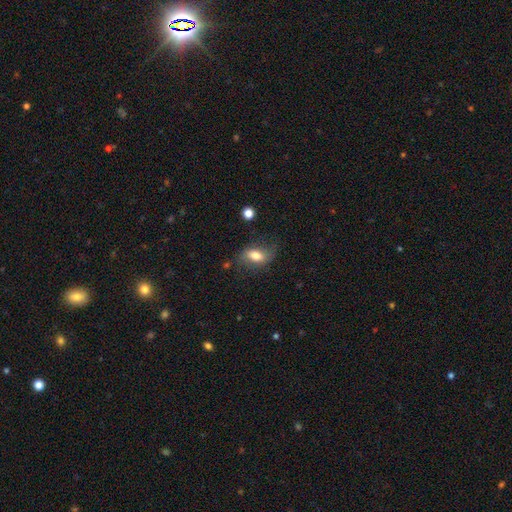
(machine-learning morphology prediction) This appears to be a smooth galaxy with no disk features (64%) that is in between round and cigar-shaped (84%). Merging: none (61%).